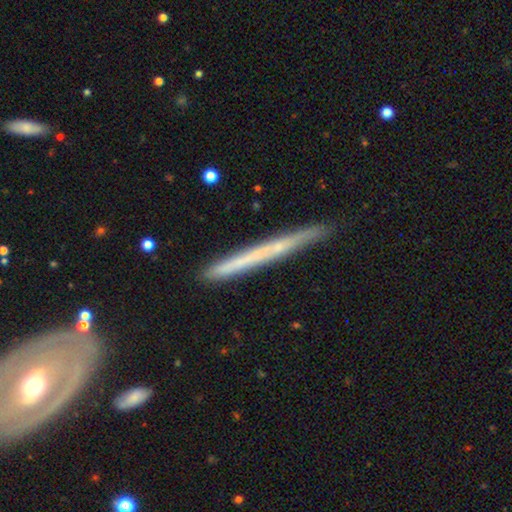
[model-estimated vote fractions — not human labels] This is possibly a featured or disk galaxy (51%). It is clearly viewed edge-on (95%). Merging: clearly none (87%).